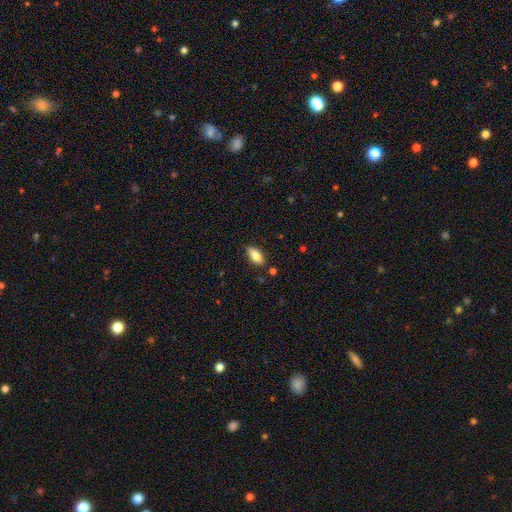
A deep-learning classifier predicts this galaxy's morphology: A smooth galaxy with no disk features (81%) that is in between round and cigar-shaped (87%). Merging: none (84%).